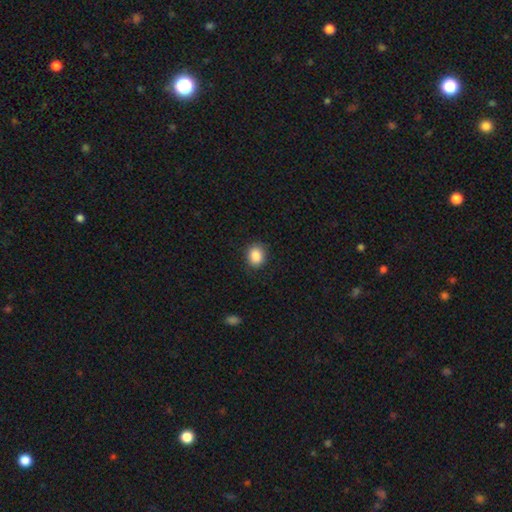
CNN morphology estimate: Smooth or featured?
  - smooth: 87% *
  - star or artifact: 9%
  - featured or disk: 4%
How rounded?
  - round: 61% *
  - in between: 38%
  - cigar-shaped: 1%
Merging?
  - none: 86% *
  - minor disturbance: 10%
  - major disturbance: 3%
  - merger: 1%